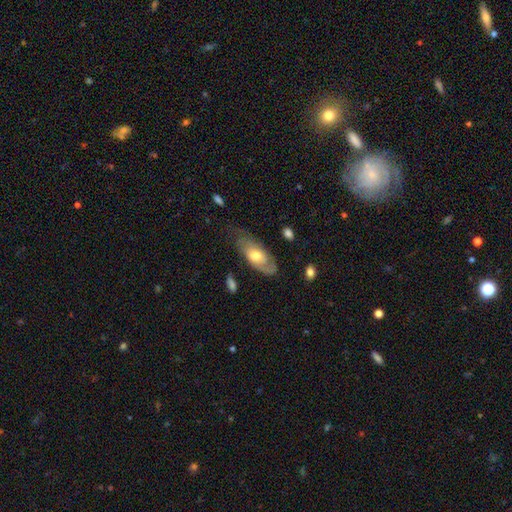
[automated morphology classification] Smooth or featured? featured or disk (51%)
Edge-on disk? no (84%)
Merging? none (56%)